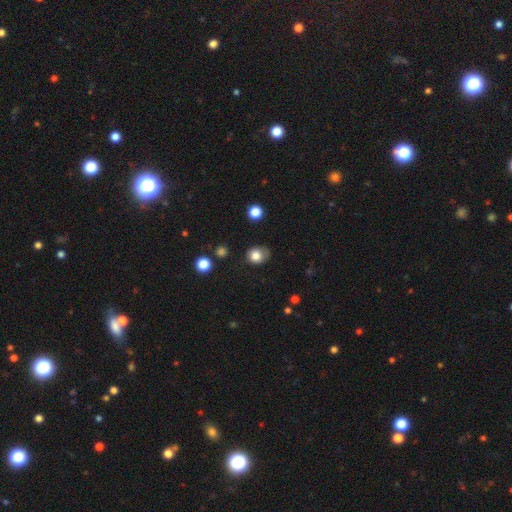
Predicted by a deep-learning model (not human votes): This is clearly a smooth galaxy (82%). How rounded: likely round (63%). Merging: possibly none (59%).